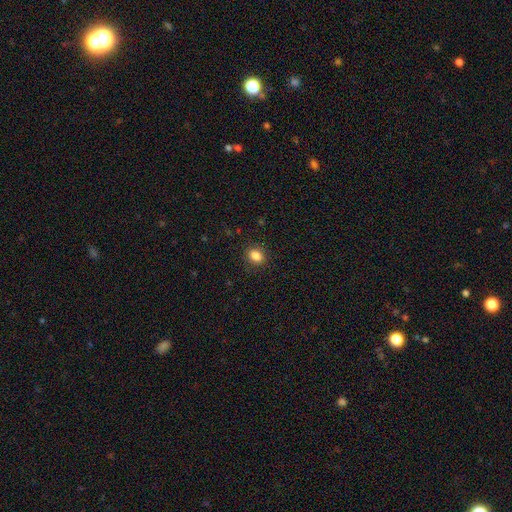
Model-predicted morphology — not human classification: This appears to be a smooth galaxy with no disk features (85%) that is round (53%). Merging: none (89%).